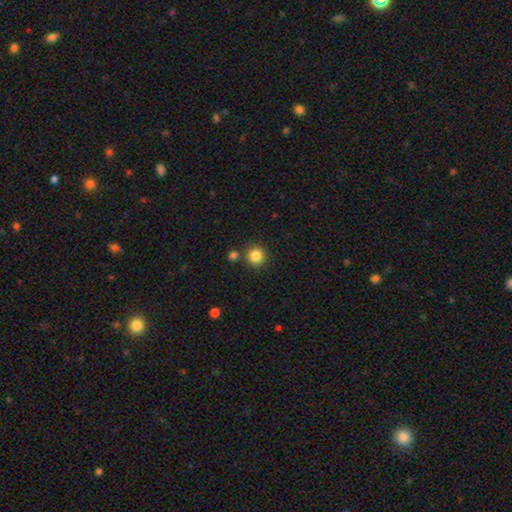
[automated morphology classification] Smooth or featured: smooth — 85% (star or artifact — 11%)
How rounded: round — 92% (in between — 7%)
Merging: none — 82% (merger — 8%)